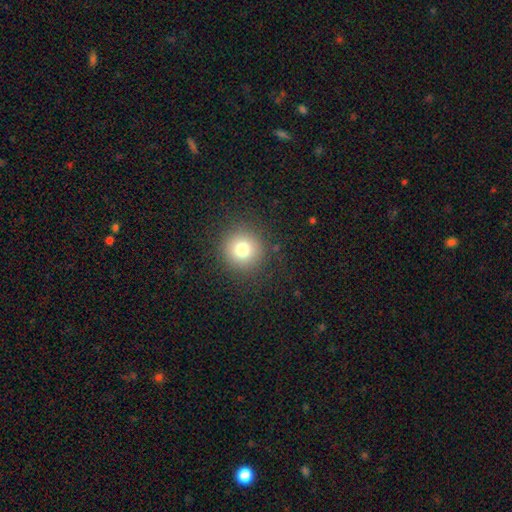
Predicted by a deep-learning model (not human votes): A smooth galaxy with no disk features (77%) that is round (95%). Merging: none (92%).